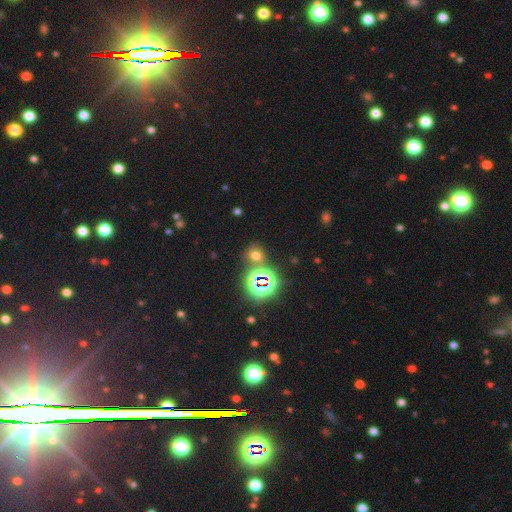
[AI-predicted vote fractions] smooth 51%, star or artifact 41%, featured or disk 8%. Down the decision tree: how rounded — round (70%); merging — none (73%).